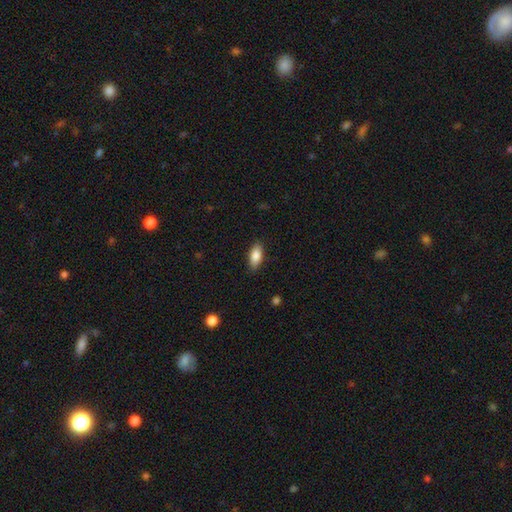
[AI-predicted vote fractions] A smooth galaxy with no disk features (83%) that is in between round and cigar-shaped (87%). Merging: none (87%).